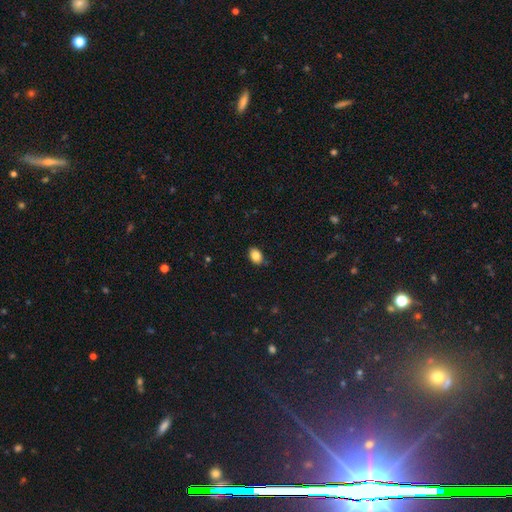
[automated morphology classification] type=smooth (85%); roundness=in between (80%); merging=none (83%).